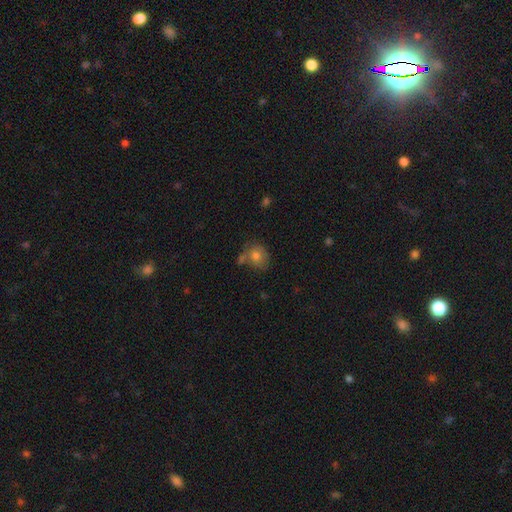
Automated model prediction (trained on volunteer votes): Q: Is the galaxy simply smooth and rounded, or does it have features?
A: smooth — 77%.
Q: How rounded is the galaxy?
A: round — 71%.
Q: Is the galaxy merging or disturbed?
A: none — 58%.